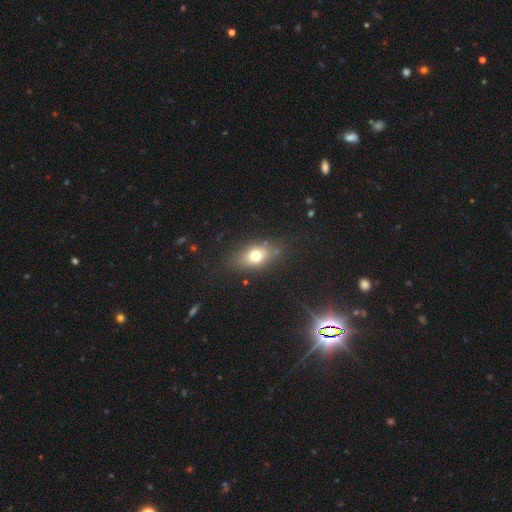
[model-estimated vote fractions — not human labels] Q: Smooth or featured?
A: smooth (71%); runner-up: featured or disk (17%)
Q: How rounded?
A: in between (78%); runner-up: round (15%)
Q: Merging?
A: none (80%); runner-up: minor disturbance (13%)